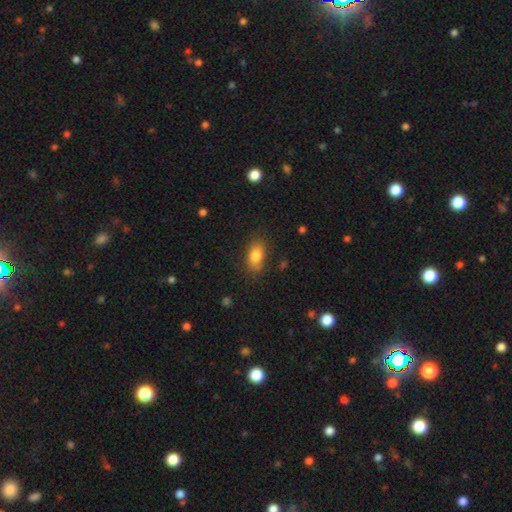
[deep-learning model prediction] Q: Smooth or featured?
A: smooth (82%); runner-up: featured or disk (9%)
Q: How rounded?
A: in between (86%); runner-up: round (10%)
Q: Merging?
A: none (80%); runner-up: minor disturbance (14%)